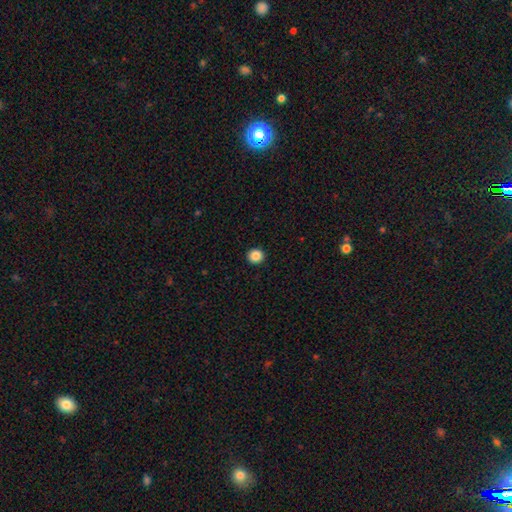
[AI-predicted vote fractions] smooth-or-featured: smooth: 87% | star or artifact: 10% | featured or disk: 3%
  how-rounded: round: 93% | in between: 6% | cigar-shaped: 1%
  merging: none: 94% | minor disturbance: 4% | major disturbance: 1% | merger: 1%